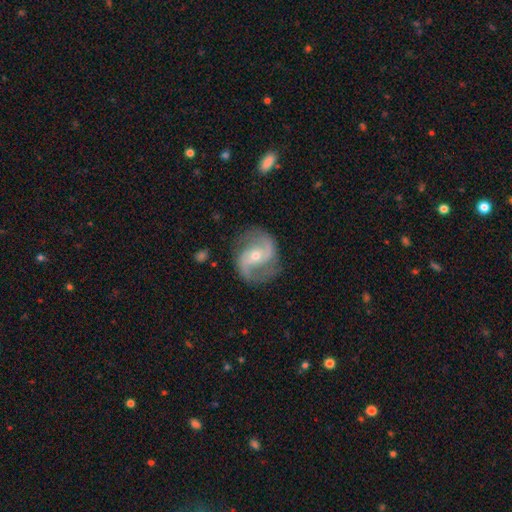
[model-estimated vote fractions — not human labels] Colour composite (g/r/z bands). It shows a featured or disk galaxy (89%) with no bar (44%), 2 (93%) medium (53%) spiral arms (97%) and a small central bulge (52%). Merging: none (80%).